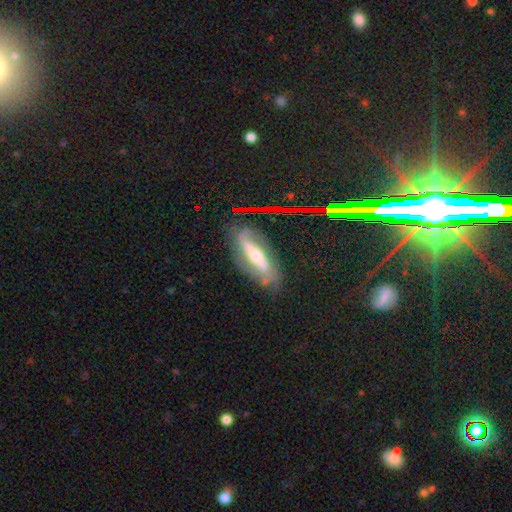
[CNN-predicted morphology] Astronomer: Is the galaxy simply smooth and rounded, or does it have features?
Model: featured or disk — 75%.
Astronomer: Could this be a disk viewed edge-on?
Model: no — 80%.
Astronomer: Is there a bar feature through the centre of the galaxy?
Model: strong — 46% (runner-up: no, 28%).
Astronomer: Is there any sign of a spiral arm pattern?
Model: yes — 85%.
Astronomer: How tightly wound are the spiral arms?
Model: medium — 39% (runner-up: loose, 32%).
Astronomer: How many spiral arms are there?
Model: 2 — 83%.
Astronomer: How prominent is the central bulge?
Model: moderate — 50% (runner-up: small, 40%).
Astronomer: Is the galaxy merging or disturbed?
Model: none — 73%.